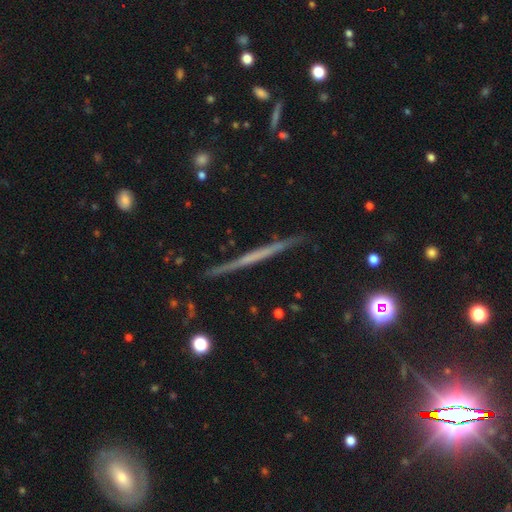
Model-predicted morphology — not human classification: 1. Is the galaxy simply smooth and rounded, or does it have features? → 65% featured or disk, 26% smooth, 9% star or artifact.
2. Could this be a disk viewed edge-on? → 98% yes, 2% no.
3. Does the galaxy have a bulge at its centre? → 83% none, 11% rounded, 6% boxy.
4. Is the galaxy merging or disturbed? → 90% none, 7% minor disturbance, 2% major disturbance, 1% merger.